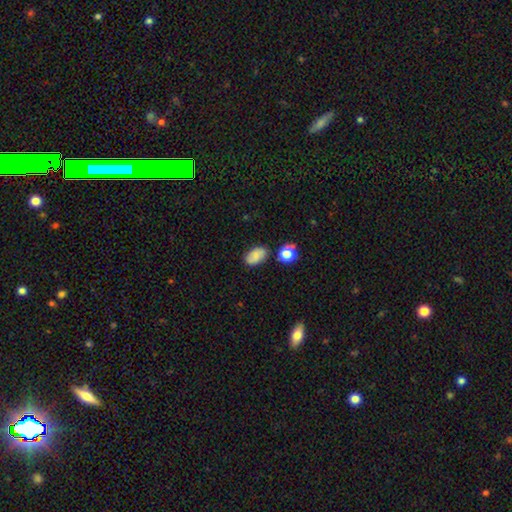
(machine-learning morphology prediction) smooth_or_featured: smooth (p=0.78) [alt: featured or disk p=0.12]
how_rounded: in between (p=0.89) [alt: round p=0.09]
merging: none (p=0.78) [alt: minor disturbance p=0.14]